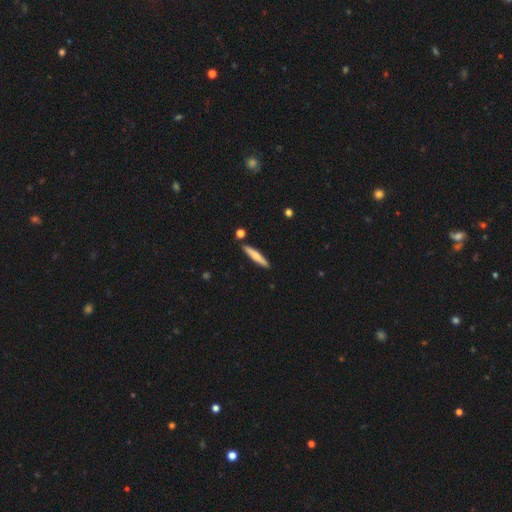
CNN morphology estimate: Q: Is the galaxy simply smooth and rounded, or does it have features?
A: smooth — 58%.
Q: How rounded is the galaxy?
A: cigar-shaped — 90%.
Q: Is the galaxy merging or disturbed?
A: none — 87%.